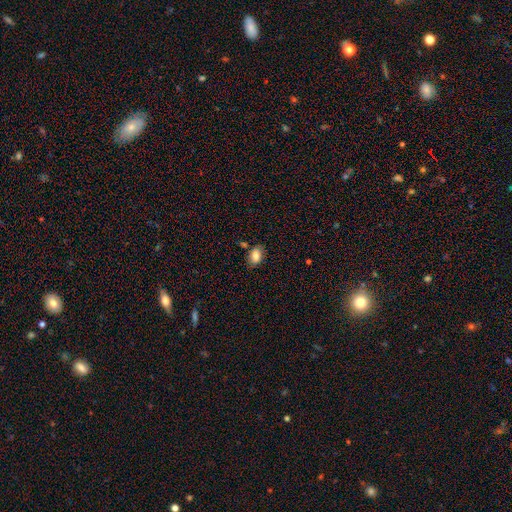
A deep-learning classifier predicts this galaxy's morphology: This appears to be a smooth galaxy with no disk features (81%) that is in between round and cigar-shaped (86%). Merging: none (77%).